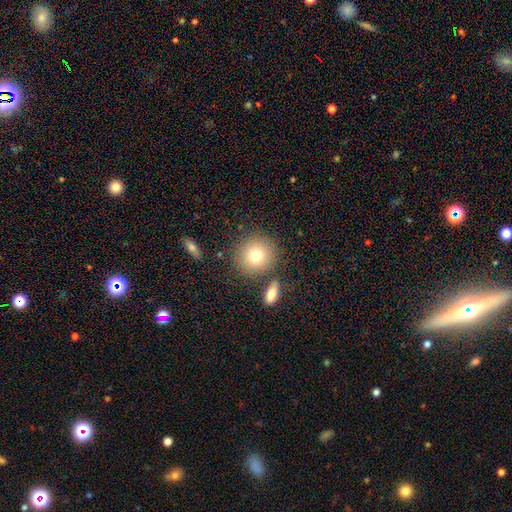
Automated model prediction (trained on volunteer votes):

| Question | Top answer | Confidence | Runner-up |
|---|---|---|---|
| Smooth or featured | smooth | 77% | featured or disk (13%) |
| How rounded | round | 91% | in between (8%) |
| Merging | none | 80% | minor disturbance (9%) |